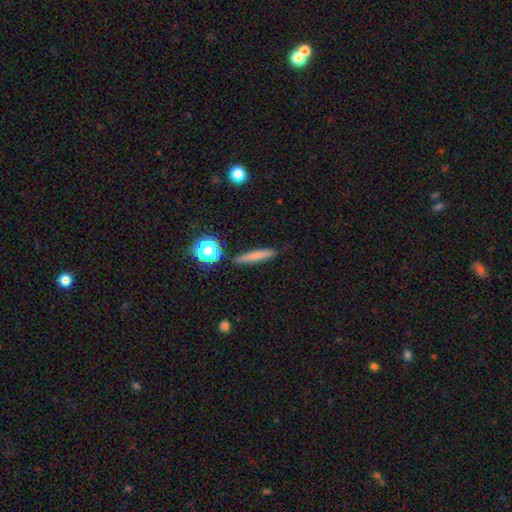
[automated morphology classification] This appears to be a smooth galaxy with no disk features (72%) that is cigar-shaped (87%). Merging: none (87%).